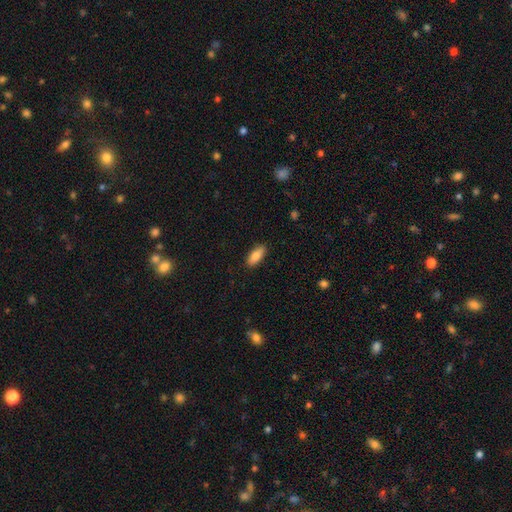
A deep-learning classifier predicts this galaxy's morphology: type=smooth (84%); roundness=in between (81%); merging=none (88%).